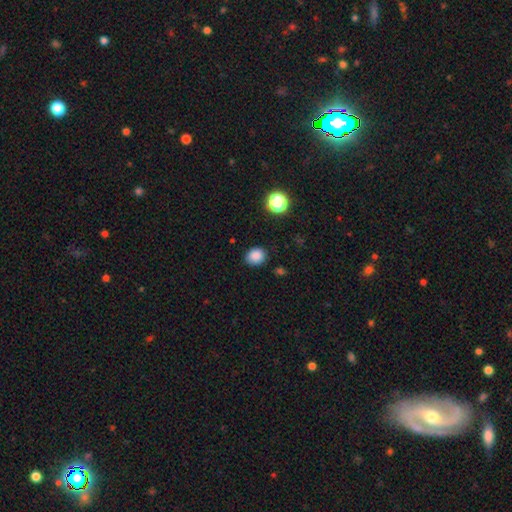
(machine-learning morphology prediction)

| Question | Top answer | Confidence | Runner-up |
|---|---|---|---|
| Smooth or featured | smooth | 85% | star or artifact (11%) |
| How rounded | round | 66% | in between (34%) |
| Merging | none | 85% | minor disturbance (11%) |